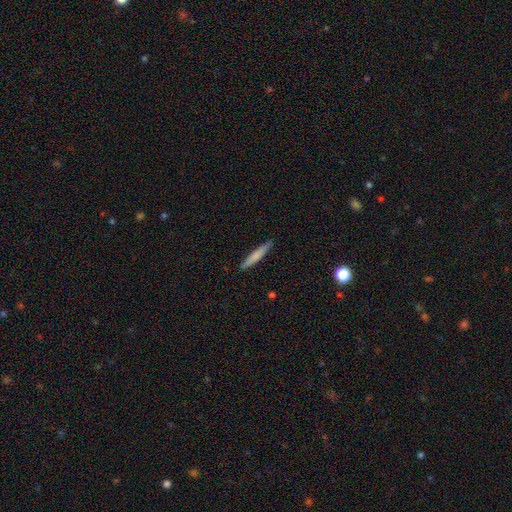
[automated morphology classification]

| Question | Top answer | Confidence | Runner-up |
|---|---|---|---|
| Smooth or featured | smooth | 72% | featured or disk (22%) |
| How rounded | cigar-shaped | 94% | in between (5%) |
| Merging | none | 88% | minor disturbance (9%) |